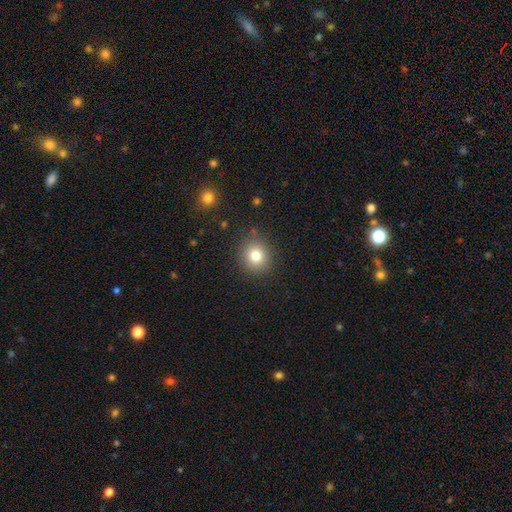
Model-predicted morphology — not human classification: Smooth or featured?
  - smooth: 79% *
  - star or artifact: 12%
  - featured or disk: 9%
How rounded?
  - round: 84% *
  - in between: 15%
  - cigar-shaped: 1%
Merging?
  - none: 87% *
  - minor disturbance: 8%
  - major disturbance: 3%
  - merger: 2%